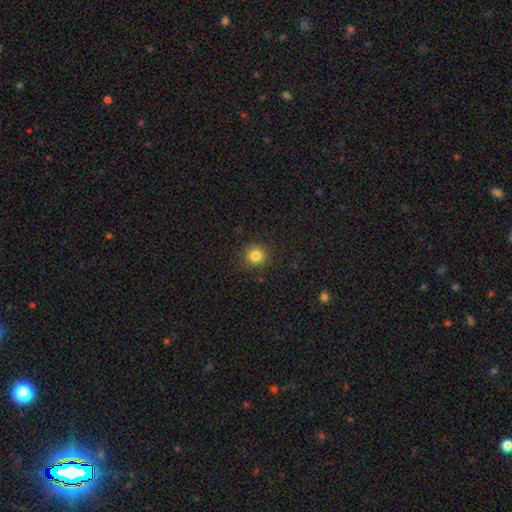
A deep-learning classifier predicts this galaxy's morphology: smooth 83%, star or artifact 12%, featured or disk 5%. Down the decision tree: how rounded — round (91%); merging — none (90%).